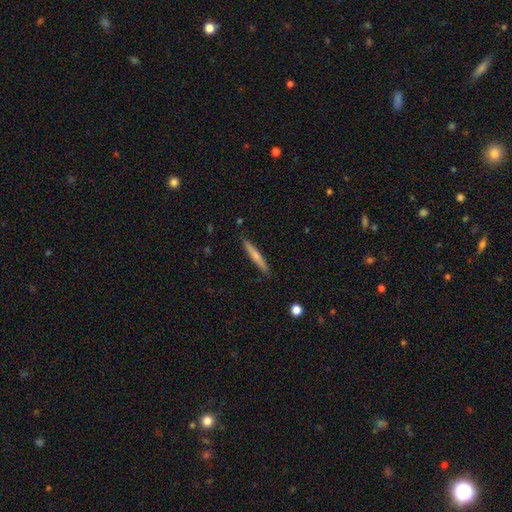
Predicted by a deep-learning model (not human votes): Morphology: type=smooth (63%); roundness=cigar-shaped (95%); merging=none (89%).